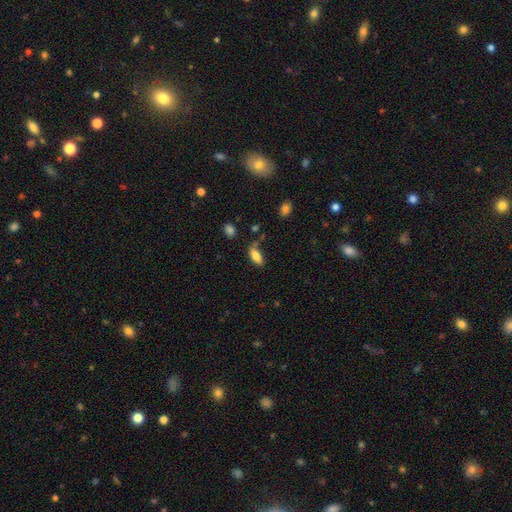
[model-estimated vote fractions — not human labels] A smooth galaxy with no disk features (83%) that is in between round and cigar-shaped (81%).

Vote fractions:
- Smooth or featured? smooth: 83% / featured or disk: 9% / star or artifact: 8%
- How rounded? in between: 81% / cigar-shaped: 17% / round: 2%
- Merging? none: 60% / minor disturbance: 25% / major disturbance: 8% / merger: 7%